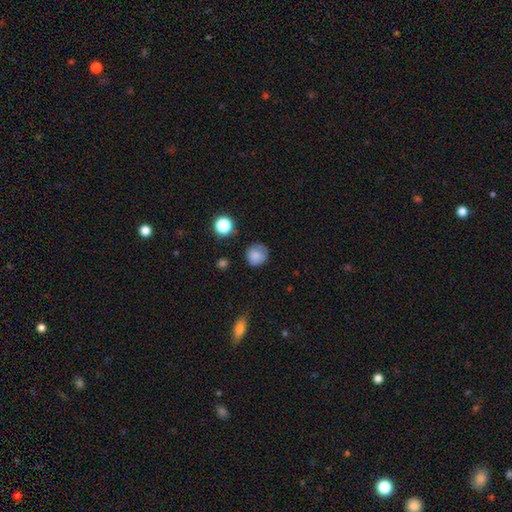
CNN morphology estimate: This is clearly a smooth galaxy (83%). How rounded: clearly round (89%). Merging: likely none (77%).